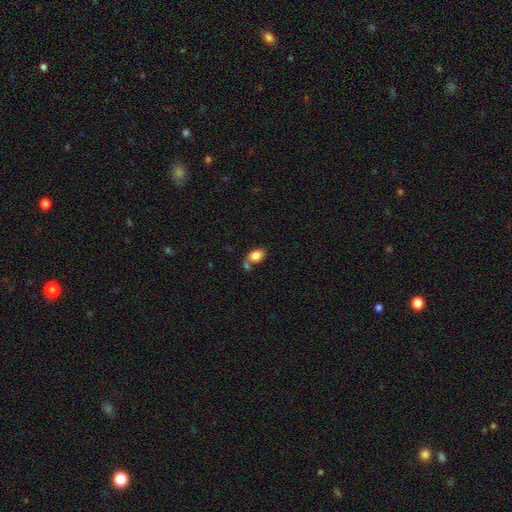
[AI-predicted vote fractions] This is clearly a smooth galaxy (83%). How rounded: likely in between (78%). Merging: possibly none (50%).